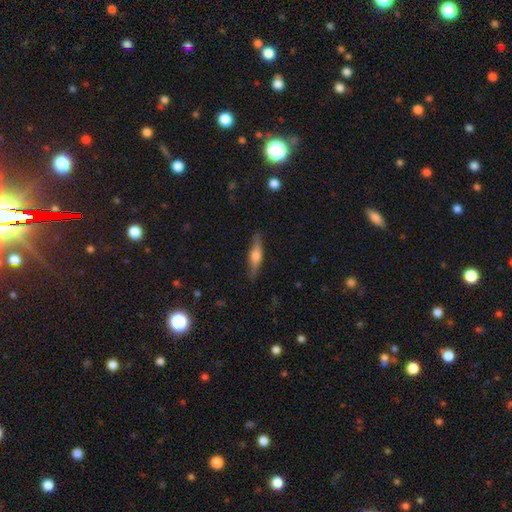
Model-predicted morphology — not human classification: The model was most divided on "smooth or featured": featured or disk: 48%, smooth: 46%, star or artifact: 6%. More confident: merging — none (85%).